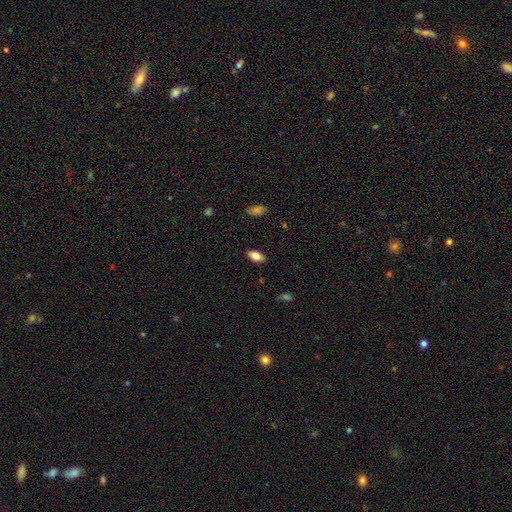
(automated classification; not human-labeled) This appears to be a smooth galaxy with no disk features (81%) that is in between round and cigar-shaped (91%). Merging: none (87%).